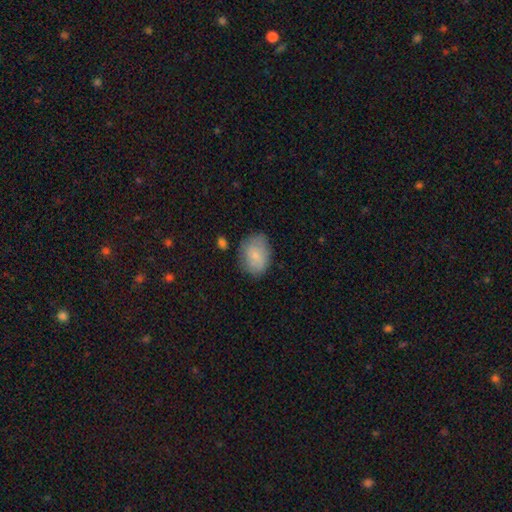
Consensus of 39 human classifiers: A smooth galaxy with no disk features (82%) that is in between round and cigar-shaped (62%). Merging: none (70%).